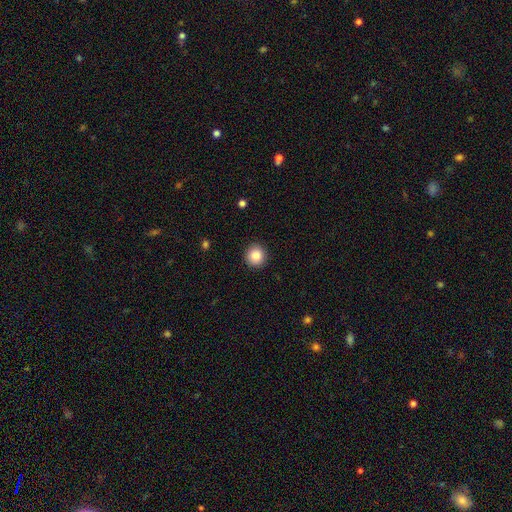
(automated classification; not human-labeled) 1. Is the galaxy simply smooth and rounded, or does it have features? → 85% smooth, 9% star or artifact, 6% featured or disk.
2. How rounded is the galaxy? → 93% round, 6% in between, 1% cigar-shaped.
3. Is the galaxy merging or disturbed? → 92% none, 5% minor disturbance, 2% major disturbance, 1% merger.